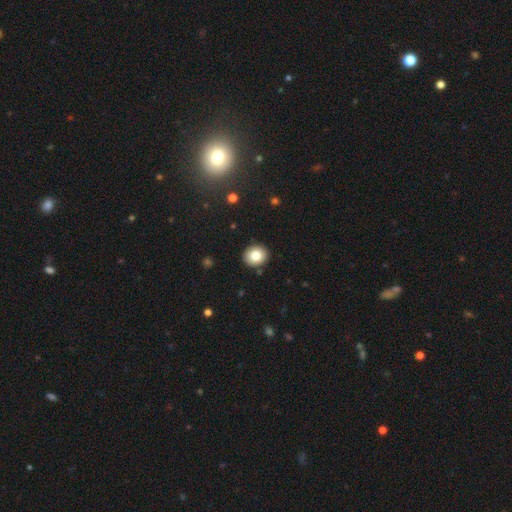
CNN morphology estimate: Q: Smooth or featured?
A: smooth (80%); runner-up: featured or disk (10%)
Q: How rounded?
A: round (79%); runner-up: in between (20%)
Q: Merging?
A: none (91%); runner-up: minor disturbance (6%)